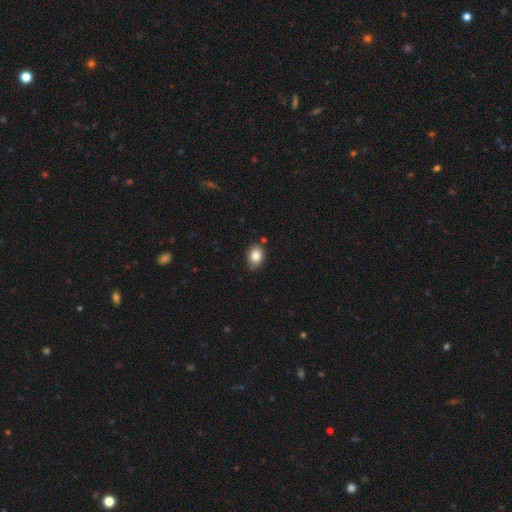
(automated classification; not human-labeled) smooth 84%, star or artifact 9%, featured or disk 7%. Down the decision tree: how rounded — in between (56%); merging — none (78%).